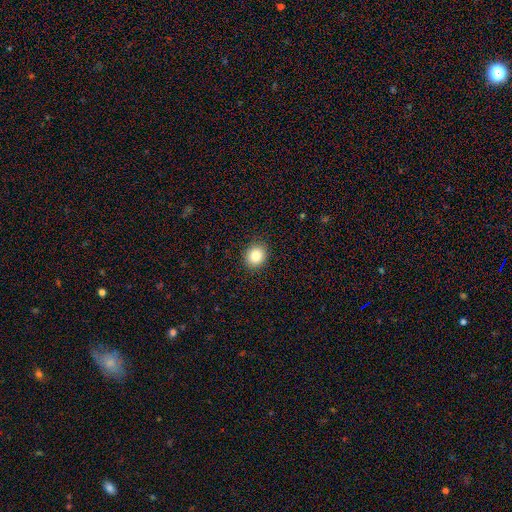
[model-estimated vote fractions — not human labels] This appears to be a smooth galaxy with no disk features (86%) that is round (74%). Merging: none (90%).